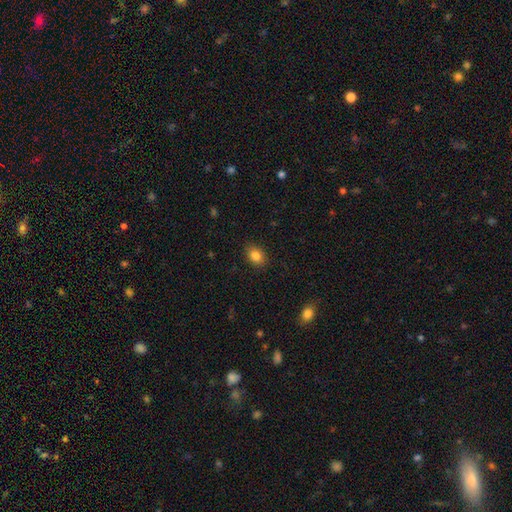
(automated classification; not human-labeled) Q: Smooth or featured?
A: smooth (83%); runner-up: star or artifact (10%)
Q: How rounded?
A: in between (68%); runner-up: round (31%)
Q: Merging?
A: none (87%); runner-up: minor disturbance (9%)